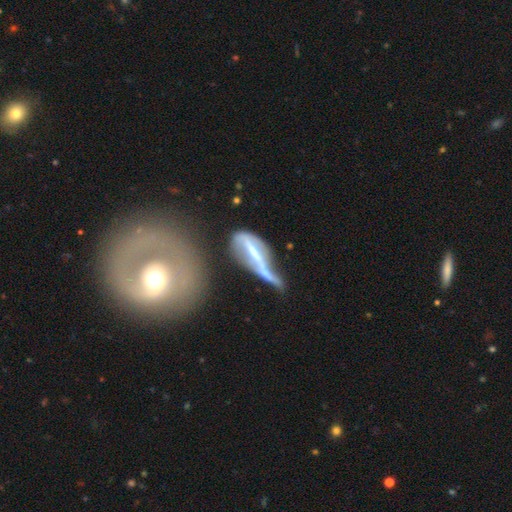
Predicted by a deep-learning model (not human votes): The model was most divided on "merging": major disturbance: 33%, none: 26%, merger: 21%, minor disturbance: 20%. More confident: smooth or featured — featured or disk (71%); edge-on disk — no (65%).